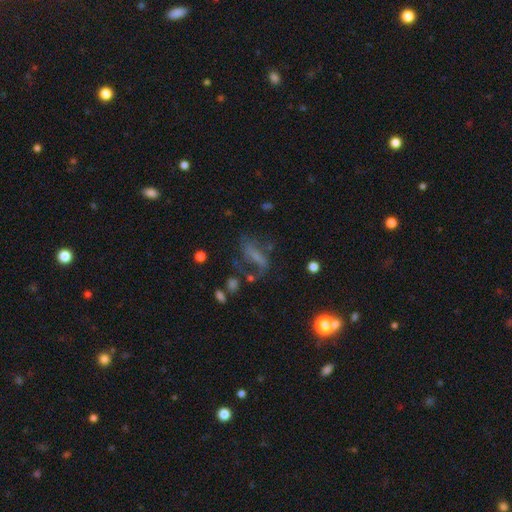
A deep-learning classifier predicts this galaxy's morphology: This is marginally a featured or disk galaxy (43%). Merging: marginally none (41%).